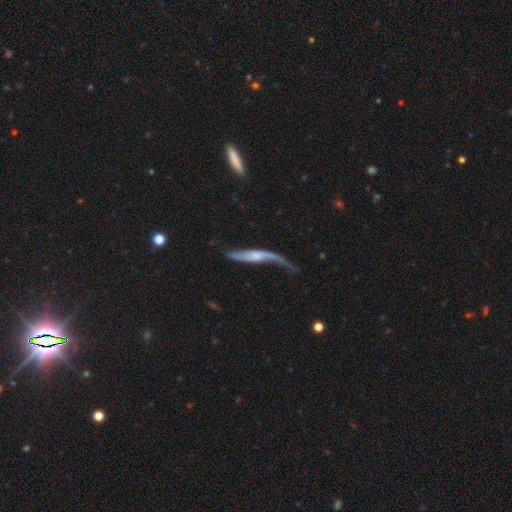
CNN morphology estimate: A featured or disk galaxy (67%) viewed edge-on (52%). Merging: none (35%).